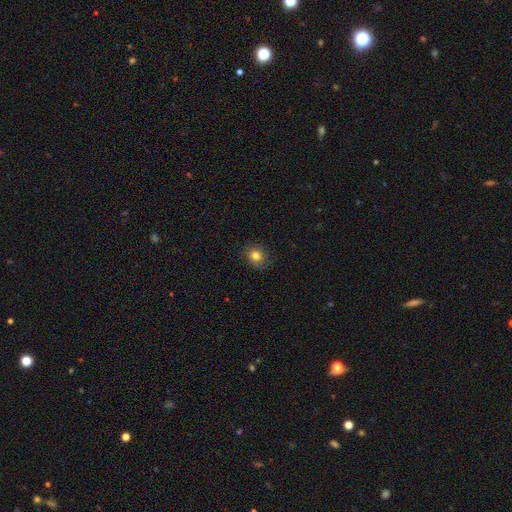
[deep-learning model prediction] Smooth or featured?
  - smooth: 79% *
  - star or artifact: 12%
  - featured or disk: 9%
How rounded?
  - round: 65% *
  - in between: 34%
  - cigar-shaped: 1%
Merging?
  - none: 84% *
  - minor disturbance: 12%
  - major disturbance: 3%
  - merger: 1%